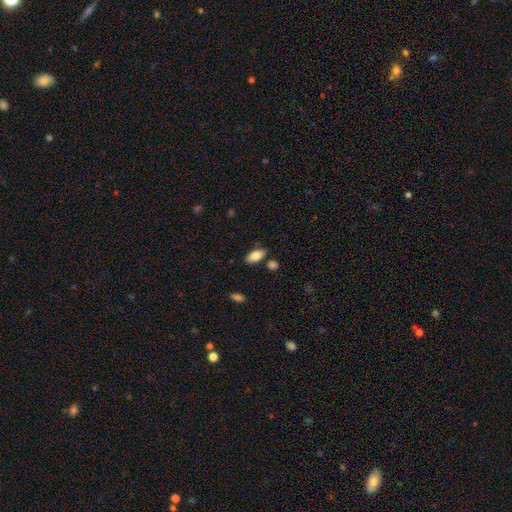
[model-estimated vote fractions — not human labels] Q: Smooth or featured?
A: smooth (85%); runner-up: featured or disk (9%)
Q: How rounded?
A: in between (91%); runner-up: cigar-shaped (7%)
Q: Merging?
A: none (80%); runner-up: minor disturbance (12%)